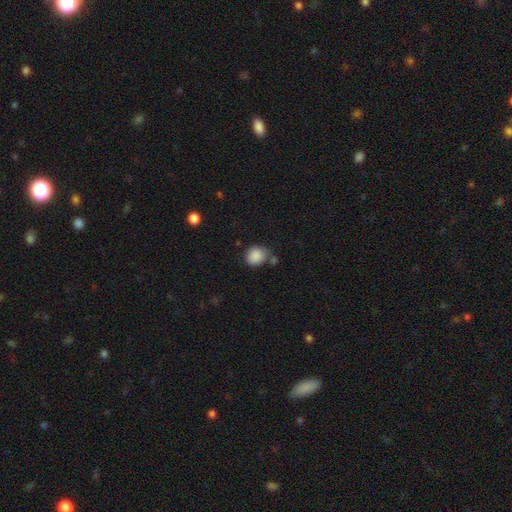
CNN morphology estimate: smooth_or_featured: smooth (p=0.87) [alt: star or artifact p=0.08]
how_rounded: round (p=0.69) [alt: in between p=0.30]
merging: none (p=0.60) [alt: minor disturbance p=0.20]